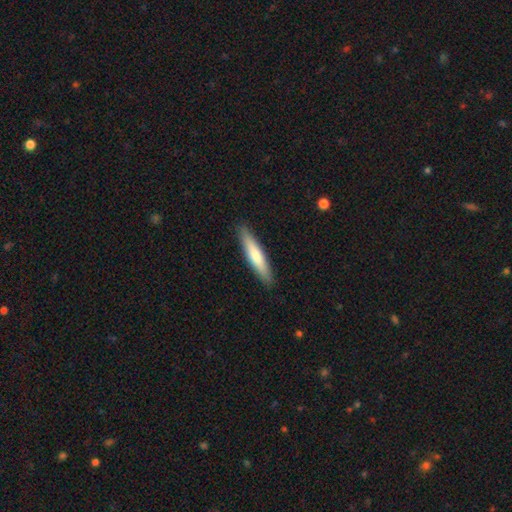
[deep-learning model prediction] Smooth or featured?
  - smooth: 70% *
  - featured or disk: 25%
  - star or artifact: 5%
How rounded?
  - cigar-shaped: 87% *
  - in between: 11%
  - round: 1%
Merging?
  - none: 90% *
  - minor disturbance: 7%
  - major disturbance: 2%
  - merger: 1%